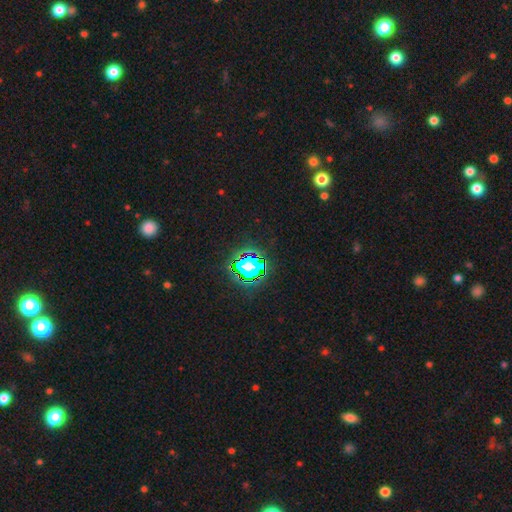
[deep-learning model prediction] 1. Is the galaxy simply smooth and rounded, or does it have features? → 80% star or artifact, 12% smooth, 7% featured or disk.